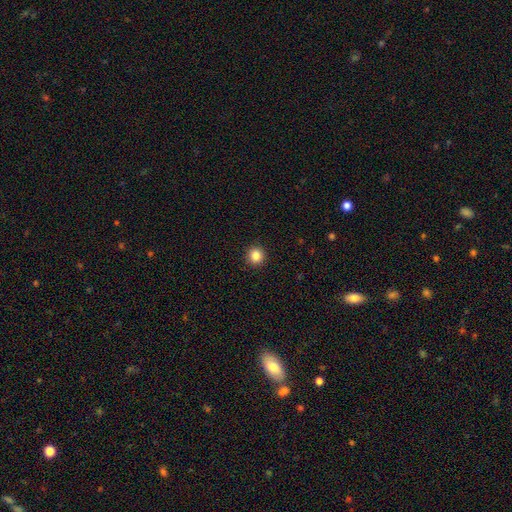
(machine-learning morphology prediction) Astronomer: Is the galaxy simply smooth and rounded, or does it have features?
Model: smooth — 85%.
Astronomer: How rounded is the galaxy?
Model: round — 94%.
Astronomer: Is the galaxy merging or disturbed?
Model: none — 93%.